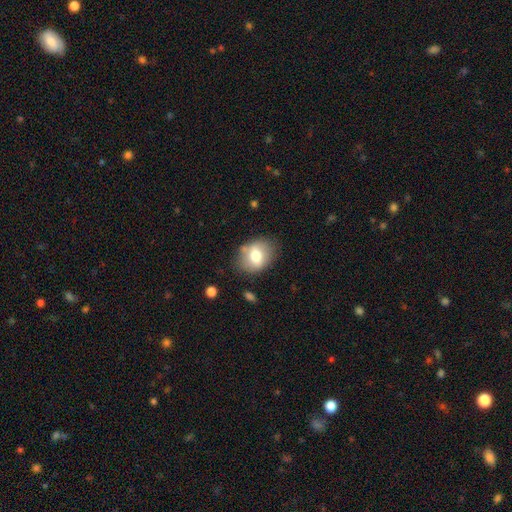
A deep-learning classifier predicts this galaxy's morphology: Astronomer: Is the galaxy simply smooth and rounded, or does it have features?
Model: smooth — 69%.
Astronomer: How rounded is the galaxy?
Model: in between — 68%.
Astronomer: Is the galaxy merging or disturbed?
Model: none — 73%.